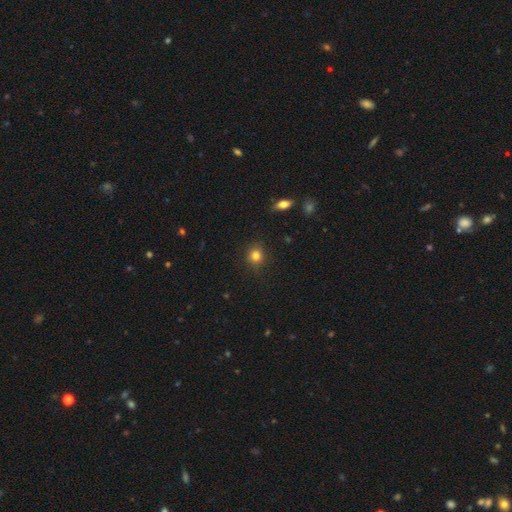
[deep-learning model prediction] Smooth or featured?
  - smooth: 83% *
  - star or artifact: 11%
  - featured or disk: 6%
How rounded?
  - round: 84% *
  - in between: 15%
  - cigar-shaped: 1%
Merging?
  - none: 89% *
  - minor disturbance: 8%
  - major disturbance: 2%
  - merger: 1%